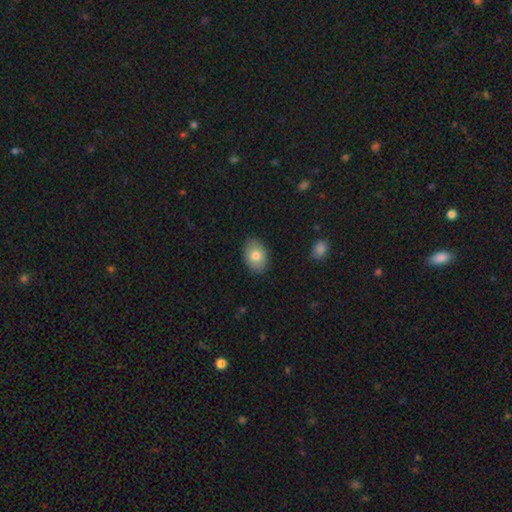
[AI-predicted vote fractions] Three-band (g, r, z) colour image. It shows a smooth galaxy with no disk features (79%) that is in between round and cigar-shaped (78%). Merging: none (88%).